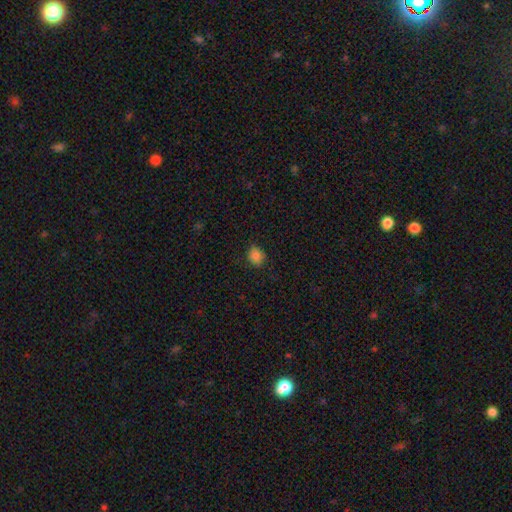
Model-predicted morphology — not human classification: smooth 84%, star or artifact 11%, featured or disk 5%. Down the decision tree: how rounded — round (59%); merging — none (80%).